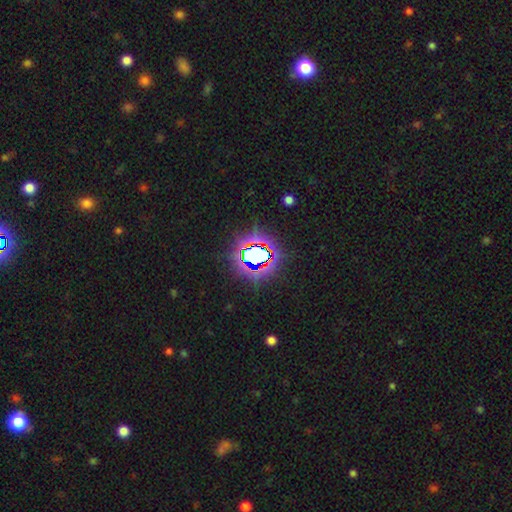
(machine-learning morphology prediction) Q: Smooth or featured?
A: star or artifact (75%); runner-up: smooth (14%)